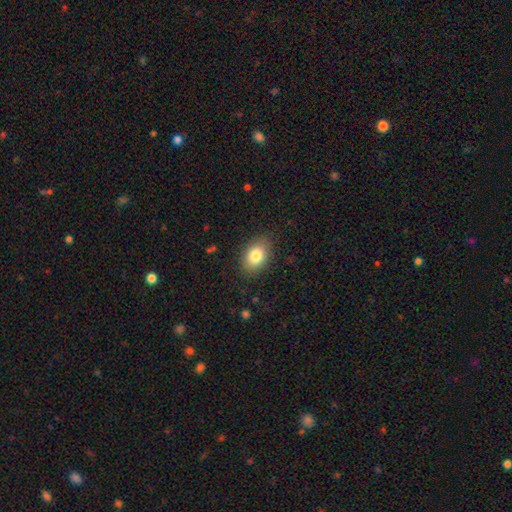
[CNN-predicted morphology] Overall: smooth (82%). How rounded: in between (83%). Merging: none (83%).